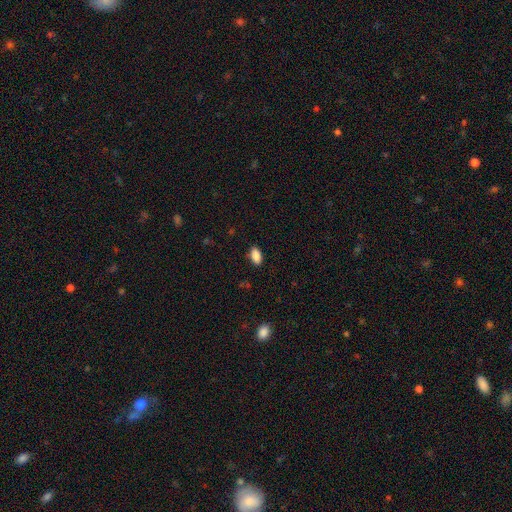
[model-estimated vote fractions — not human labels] Overall: smooth (87%). How rounded: in between (90%). Merging: none (87%).